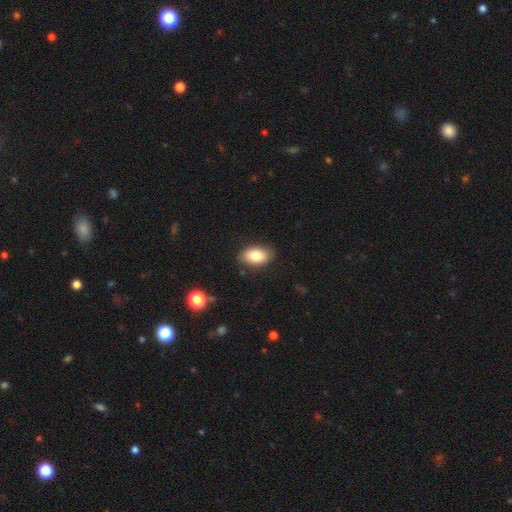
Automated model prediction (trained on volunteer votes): Overall: smooth (83%). How rounded: in between (91%). Merging: none (85%).